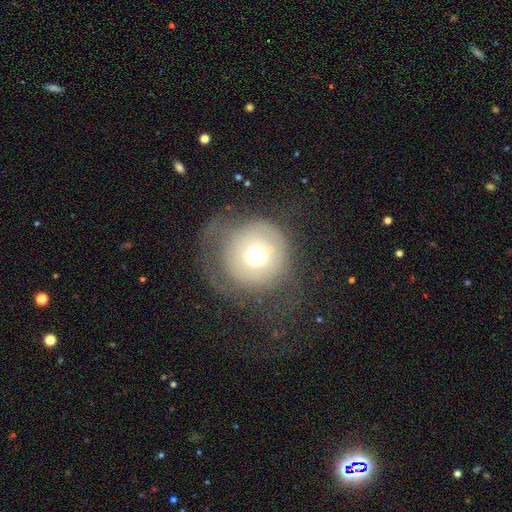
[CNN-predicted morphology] Smooth or featured? smooth (55%)
How rounded? round (93%)
Merging? none (45%)